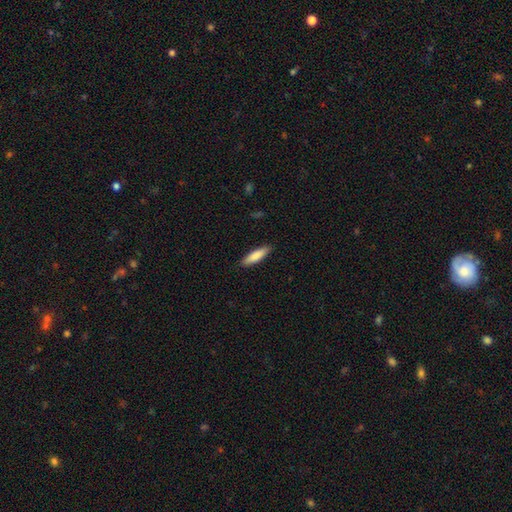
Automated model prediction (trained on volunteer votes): smooth 84%, featured or disk 11%, star or artifact 5%. Down the decision tree: how rounded — cigar-shaped (67%); merging — none (89%).